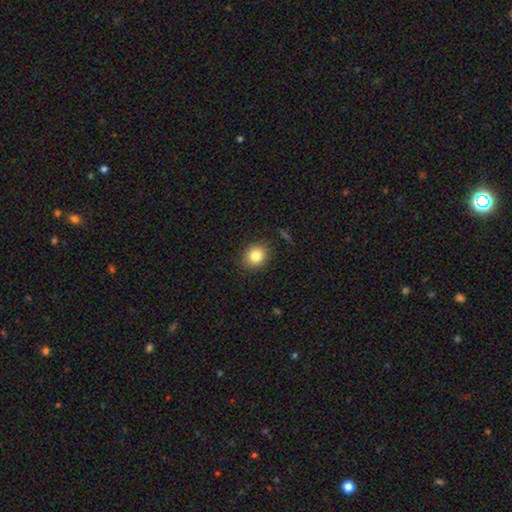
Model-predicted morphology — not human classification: This is clearly a smooth galaxy (83%). How rounded: likely round (74%). Merging: clearly none (88%).